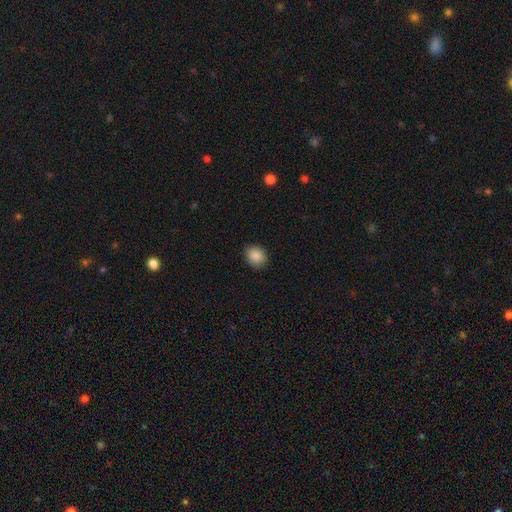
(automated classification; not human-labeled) Smooth or featured: smooth — 87% (star or artifact — 8%)
How rounded: round — 61% (in between — 39%)
Merging: none — 87% (minor disturbance — 10%)